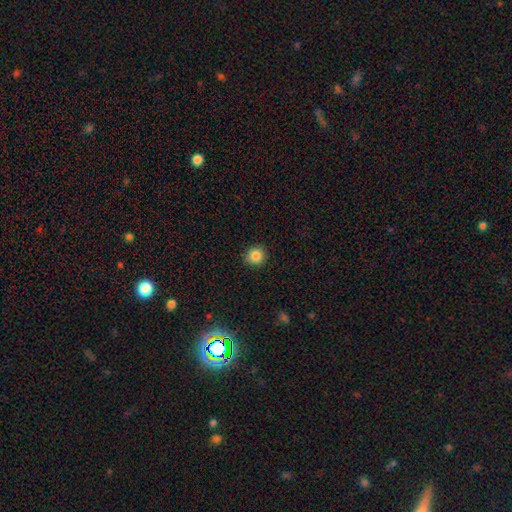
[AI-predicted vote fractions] Smooth or featured? smooth (85%)
How rounded? round (91%)
Merging? none (90%)